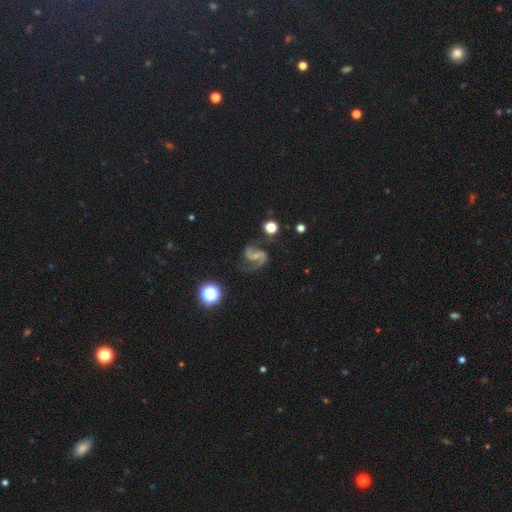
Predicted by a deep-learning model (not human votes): Morphology: type=featured or disk (87%); edge-on=no (98%); bar=weak (46%); spiral arms=yes (97%); winding=medium (53%); arm count=2 (91%); bulge=small (52%); merging=none (71%).